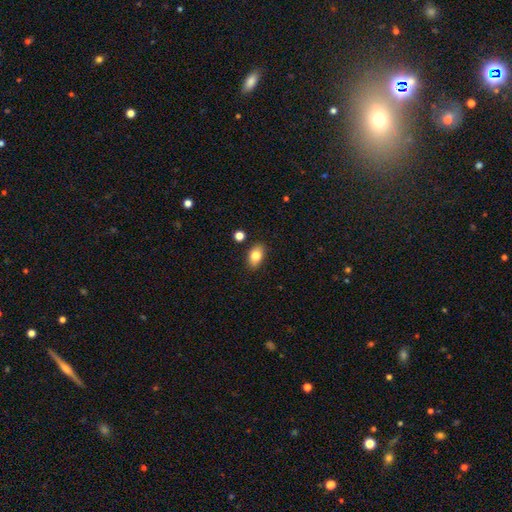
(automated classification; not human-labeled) Morphology: type=smooth (81%); roundness=in between (87%); merging=none (85%).